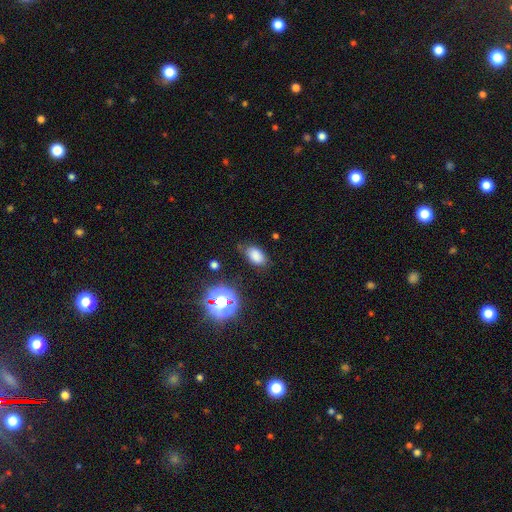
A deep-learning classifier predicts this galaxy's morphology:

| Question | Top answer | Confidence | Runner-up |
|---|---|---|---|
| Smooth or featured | smooth | 79% | star or artifact (15%) |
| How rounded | in between | 89% | round (9%) |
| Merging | none | 76% | minor disturbance (18%) |